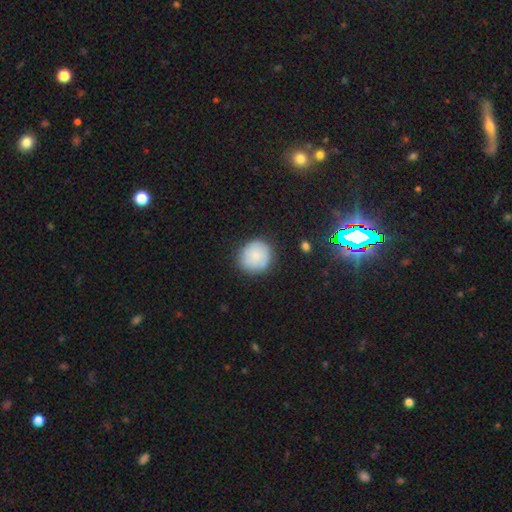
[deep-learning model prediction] smooth 79%, featured or disk 13%, star or artifact 8%. Down the decision tree: how rounded — round (88%); merging — none (81%).